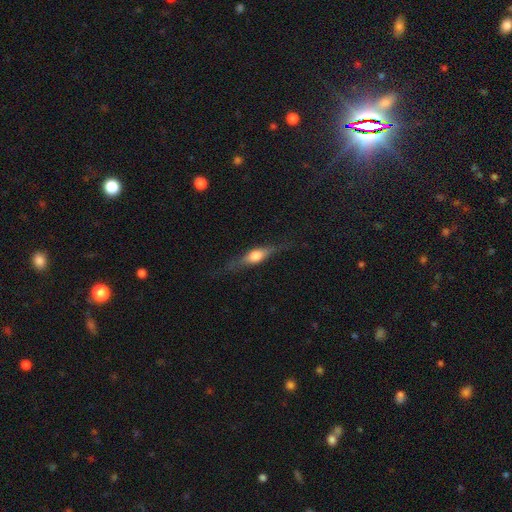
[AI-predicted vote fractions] A featured or disk galaxy (55%) viewed edge-on (93%) with a rounded central bulge (90%).

Vote fractions:
- Smooth or featured? featured or disk: 55% / smooth: 38% / star or artifact: 7%
- Edge-on disk? yes: 93% / no: 7%
- Edge-on bulge? rounded: 90% / boxy: 8% / none: 3%
- Merging? none: 77% / minor disturbance: 16% / major disturbance: 6% / merger: 1%